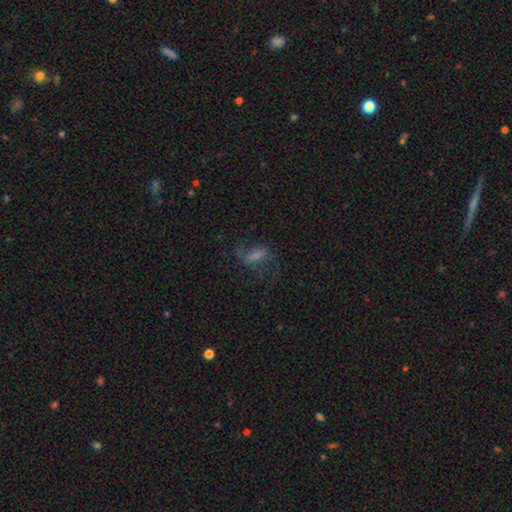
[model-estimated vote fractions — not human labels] featured or disk 46%, smooth 33%, star or artifact 21%. Down the decision tree: merging — none (56%).